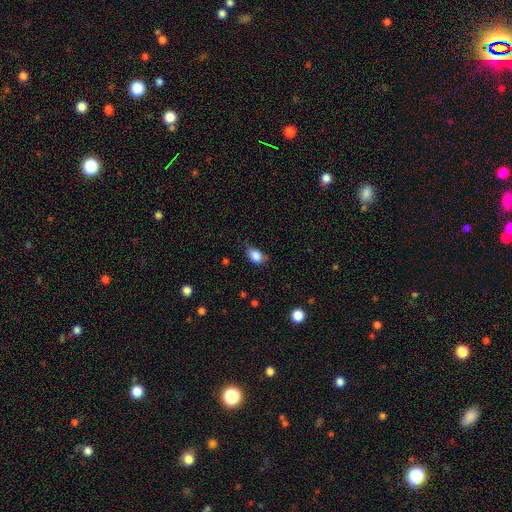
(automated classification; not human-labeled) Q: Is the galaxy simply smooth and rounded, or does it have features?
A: smooth — 85%.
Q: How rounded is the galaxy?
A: in between — 73%.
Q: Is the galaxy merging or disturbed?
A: none — 49%.